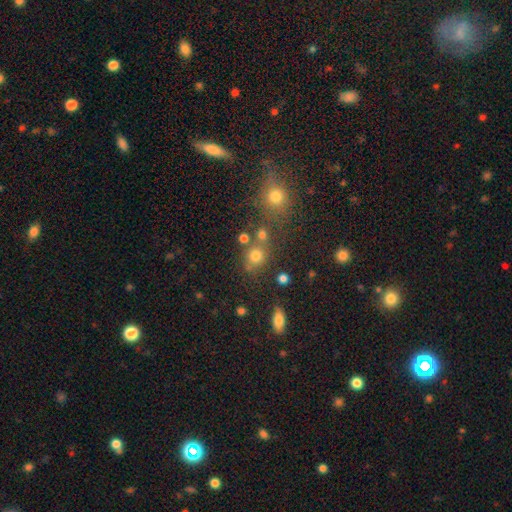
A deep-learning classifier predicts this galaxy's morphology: Smooth or featured?
  - smooth: 73% *
  - star or artifact: 19%
  - featured or disk: 9%
How rounded?
  - round: 79% *
  - in between: 20%
  - cigar-shaped: 1%
Merging?
  - none: 63% *
  - merger: 20%
  - minor disturbance: 12%
  - major disturbance: 6%